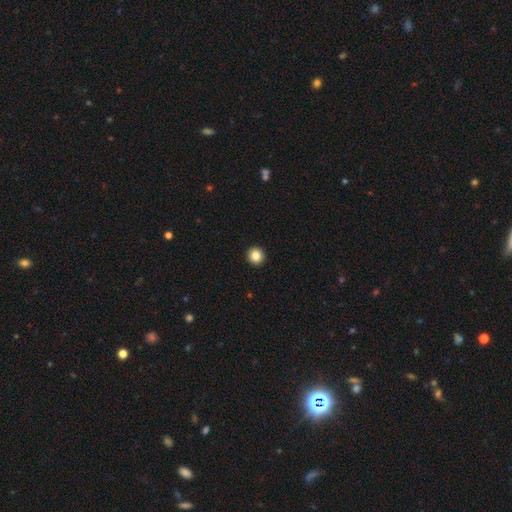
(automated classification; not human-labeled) Smooth or featured: smooth — 86% (star or artifact — 10%)
How rounded: round — 95% (in between — 4%)
Merging: none — 94% (minor disturbance — 4%)